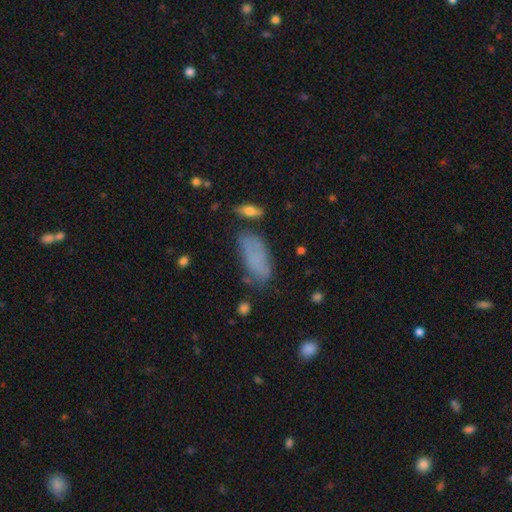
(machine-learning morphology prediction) The model was most divided on "merging": none: 54%, minor disturbance: 26%, major disturbance: 12%, merger: 8%. More confident: how rounded — in between (86%); smooth or featured — smooth (72%).